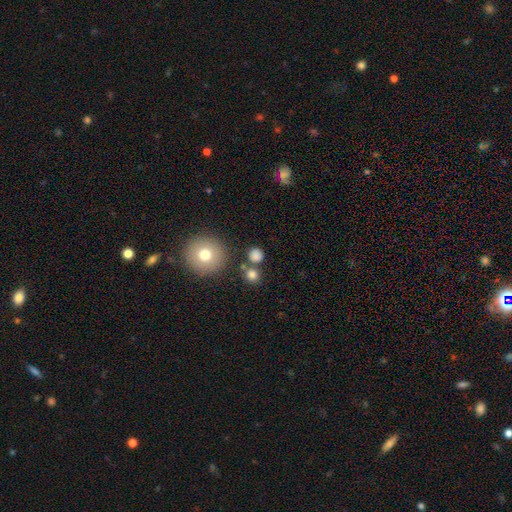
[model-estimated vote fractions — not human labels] Overall: smooth (80%). How rounded: round (88%). Merging: none (76%).